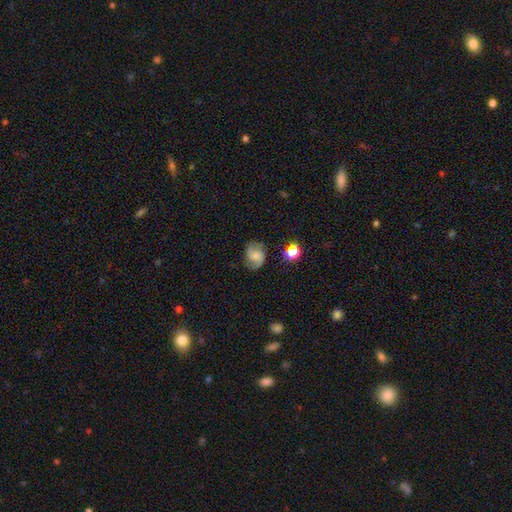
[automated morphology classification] Smooth or featured? Predicted: featured or disk (p=0.66). Edge-on disk? Predicted: no (p=0.98). Bar? Predicted: no (p=0.53). Spiral arms? Predicted: yes (p=0.94). Spiral winding? Predicted: medium (p=0.49). Spiral arm count? Predicted: 2 (p=0.88). Bulge size? Predicted: small (p=0.43). Merging? Predicted: none (p=0.75).